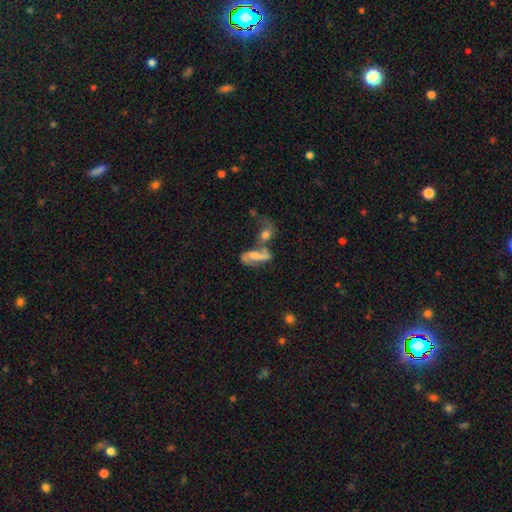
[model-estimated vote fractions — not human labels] The model was most divided on "bar": no: 41%, weak: 37%, strong: 22%. Remaining: edge-on disk — no (90%); spiral arms — yes (82%); smooth or featured — featured or disk (63%); merging — merger (49%); bulge size — moderate (40%).